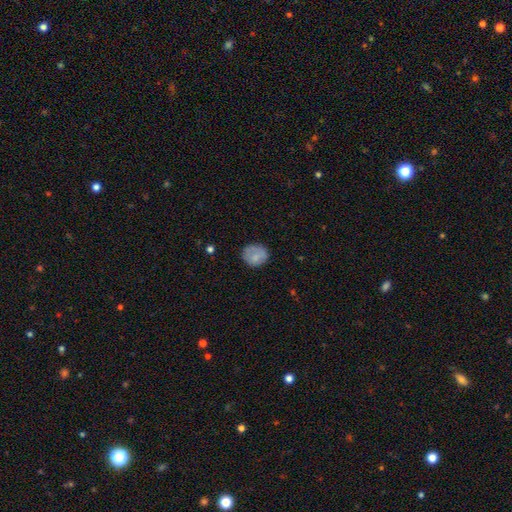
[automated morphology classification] This appears to be a smooth galaxy with no disk features (79%) that is round (73%). Merging: none (73%).